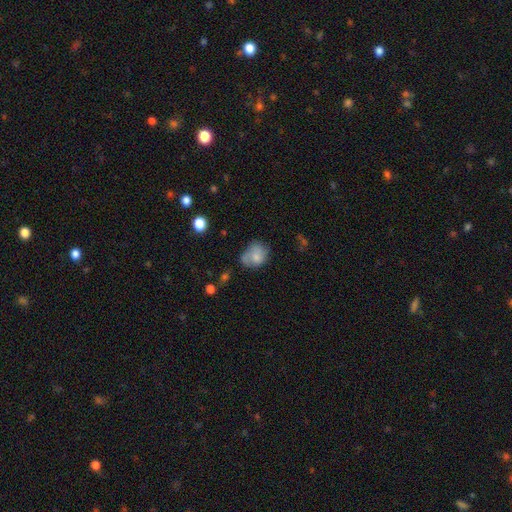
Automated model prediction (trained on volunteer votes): Overall: smooth (69%). How rounded: round (50%; in between 49%). Merging: none (42%; minor disturbance 34%).